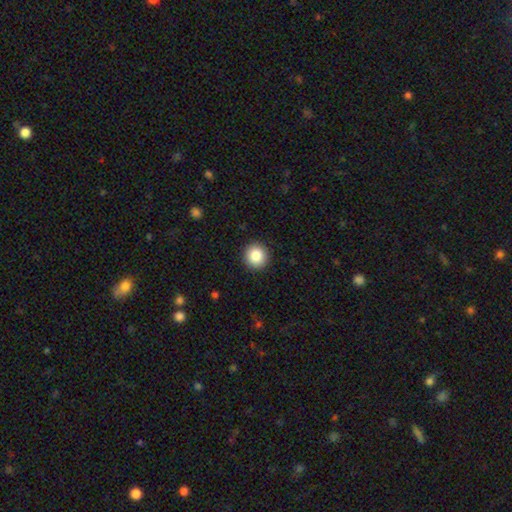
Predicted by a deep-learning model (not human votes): smooth-or-featured: smooth: 86% | star or artifact: 9% | featured or disk: 5%
  how-rounded: round: 93% | in between: 6% | cigar-shaped: 1%
  merging: none: 92% | minor disturbance: 5% | major disturbance: 2% | merger: 1%